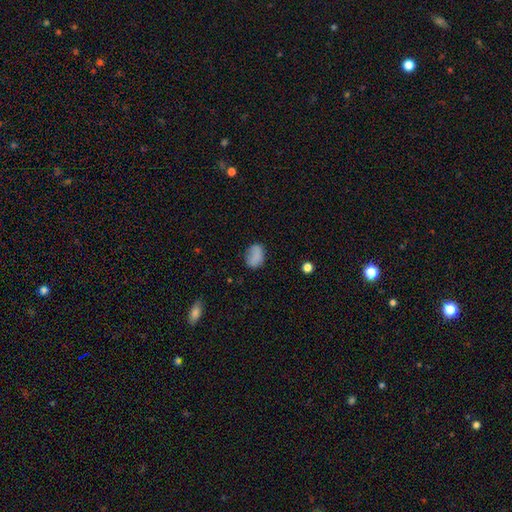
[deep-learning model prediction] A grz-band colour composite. It shows a smooth galaxy with no disk features (82%) that is in between round and cigar-shaped (68%). Merging: none (71%).